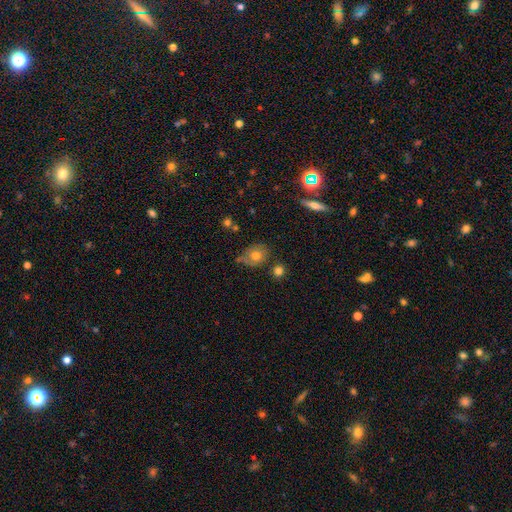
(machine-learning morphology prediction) smooth-or-featured: smooth: 66% | featured or disk: 23% | star or artifact: 11%
  how-rounded: round: 57% | in between: 41% | cigar-shaped: 1%
  merging: none: 52% | minor disturbance: 29% | major disturbance: 11% | merger: 9%